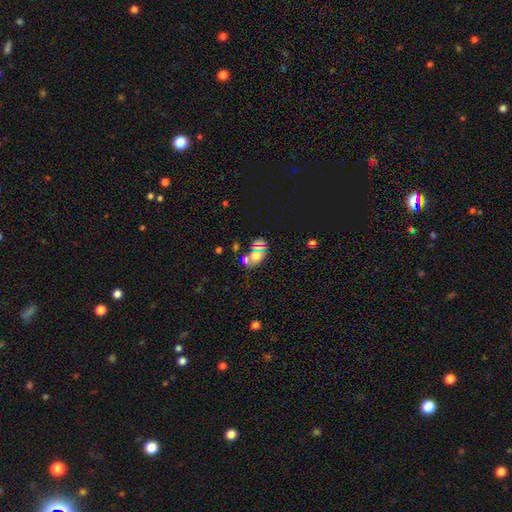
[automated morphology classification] type=smooth (54%); roundness=in between (69%); merging=none (60%).